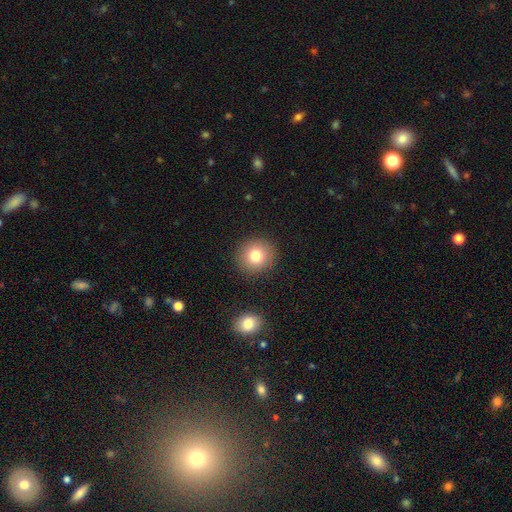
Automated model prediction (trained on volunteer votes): The model was most divided on "smooth or featured": smooth: 79%, star or artifact: 11%, featured or disk: 10%. More confident: how rounded — round (91%); merging — none (89%).